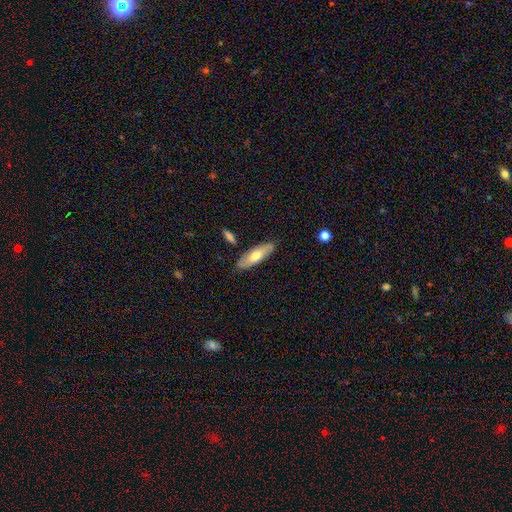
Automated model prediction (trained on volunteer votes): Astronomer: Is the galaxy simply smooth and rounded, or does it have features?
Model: smooth — 62%.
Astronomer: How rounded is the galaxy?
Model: in between — 59% (runner-up: cigar-shaped, 39%).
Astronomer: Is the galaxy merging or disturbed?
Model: none — 82%.